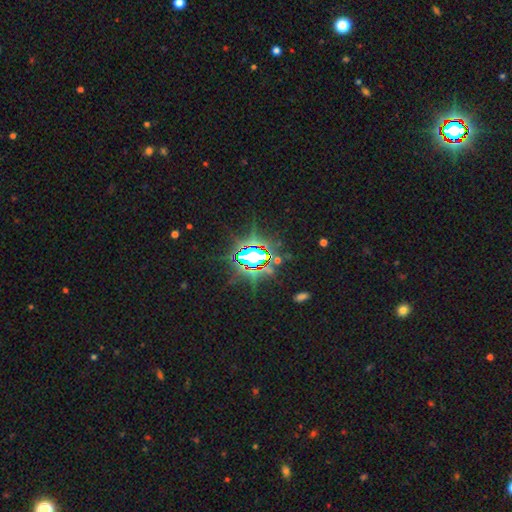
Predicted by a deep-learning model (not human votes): Morphology: type=star or artifact (81%).